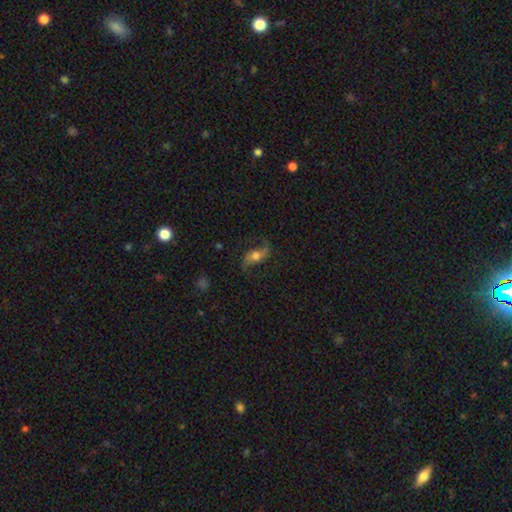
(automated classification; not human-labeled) featured or disk 76%, smooth 15%, star or artifact 8%. Down the decision tree: edge-on disk — no (91%); bar — no (47%); spiral arms — yes (93%); spiral arm count — 2 (93%); spiral winding — loose (79%); bulge size — moderate (60%); merging — none (74%).